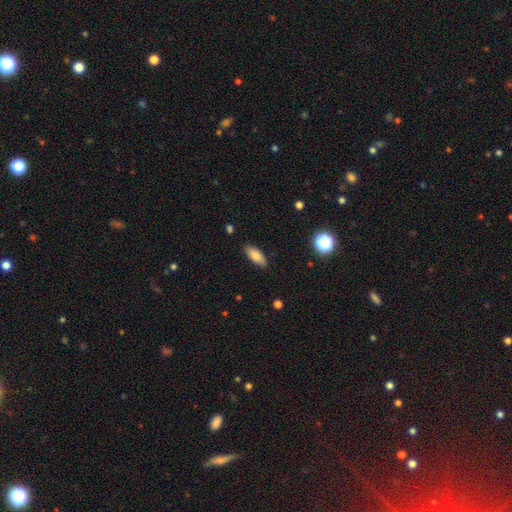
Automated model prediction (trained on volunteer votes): This is clearly a smooth galaxy (83%). How rounded: likely in between (75%). Merging: clearly none (86%).